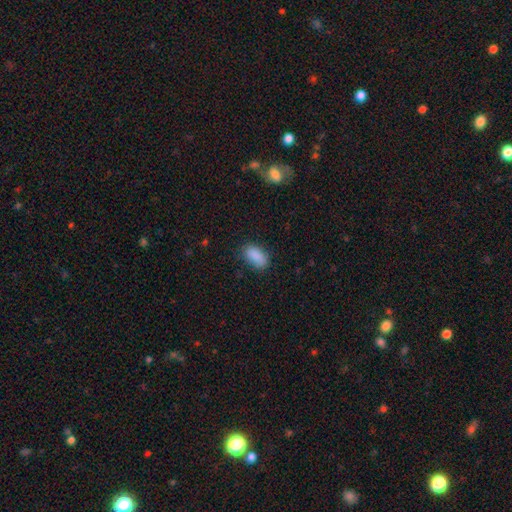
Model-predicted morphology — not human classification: smooth-or-featured: smooth: 88% | star or artifact: 8% | featured or disk: 4%
  how-rounded: in between: 92% | round: 4% | cigar-shaped: 4%
  merging: none: 78% | minor disturbance: 16% | major disturbance: 4% | merger: 1%